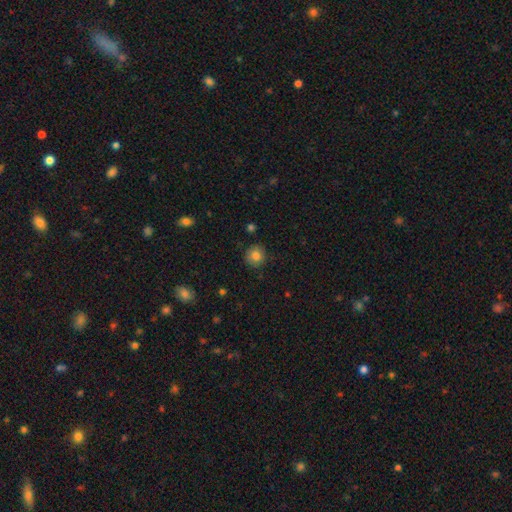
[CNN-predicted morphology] Smooth or featured: smooth — 83% (star or artifact — 10%)
How rounded: round — 90% (in between — 9%)
Merging: none — 85% (minor disturbance — 11%)